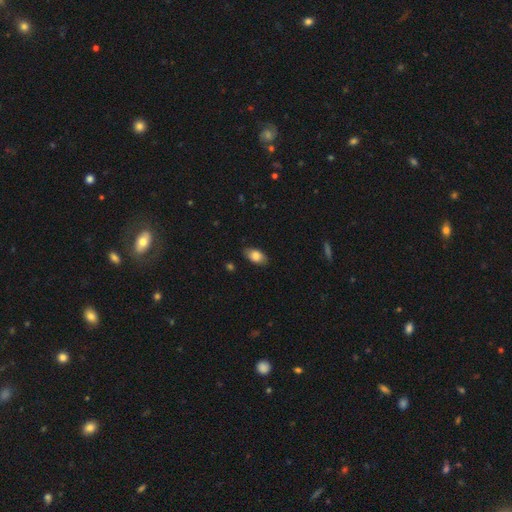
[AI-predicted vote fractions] smooth_or_featured: smooth (p=0.81) [alt: featured or disk p=0.12]
how_rounded: in between (p=0.92) [alt: round p=0.05]
merging: none (p=0.83) [alt: minor disturbance p=0.13]